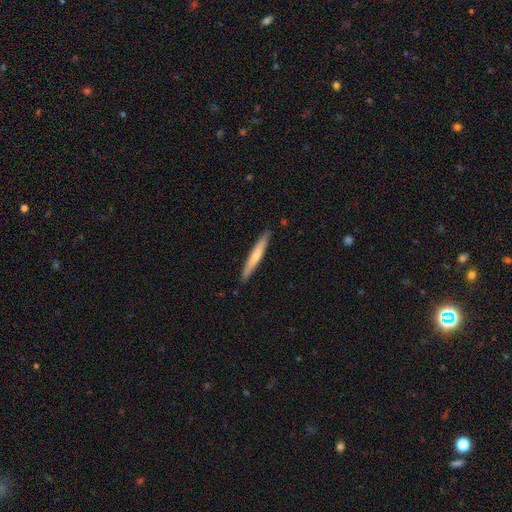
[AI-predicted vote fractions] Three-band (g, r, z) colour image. It shows a smooth galaxy with no disk features (61%) that is cigar-shaped (96%). Merging: none (90%).